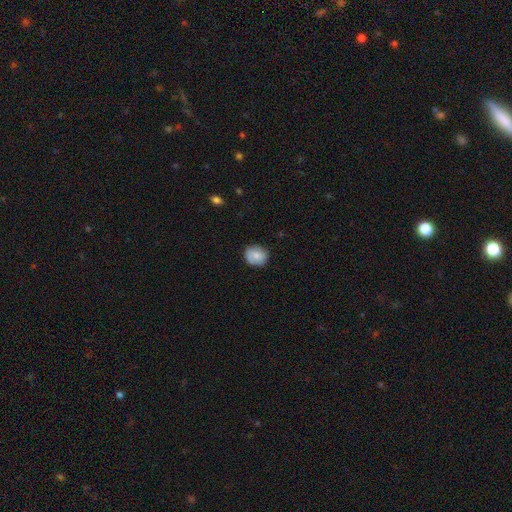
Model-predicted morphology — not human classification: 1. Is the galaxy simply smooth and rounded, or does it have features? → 74% smooth, 19% featured or disk, 7% star or artifact.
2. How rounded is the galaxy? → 75% round, 24% in between, 1% cigar-shaped.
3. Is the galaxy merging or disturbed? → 78% none, 17% minor disturbance, 3% major disturbance, 1% merger.